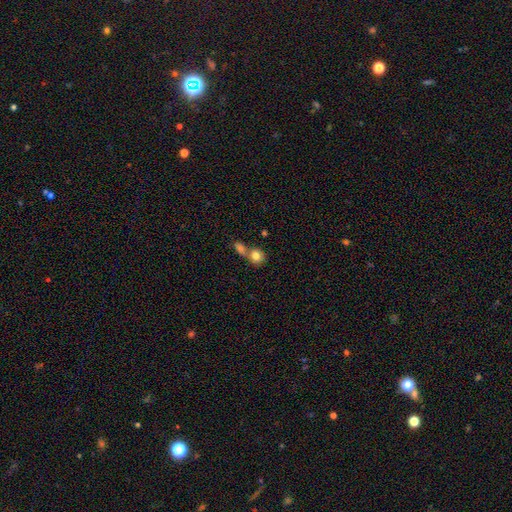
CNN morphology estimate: A smooth galaxy with no disk features (81%) that is round (76%).

Vote fractions:
- Smooth or featured? smooth: 81% / featured or disk: 10% / star or artifact: 9%
- How rounded? round: 76% / in between: 23% / cigar-shaped: 1%
- Merging? merger: 47% / none: 41% / minor disturbance: 8% / major disturbance: 4%